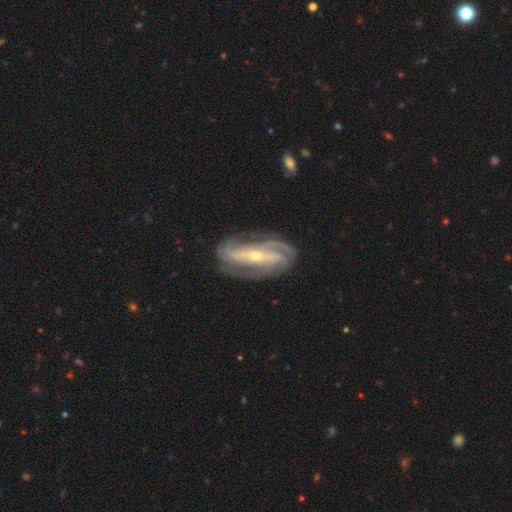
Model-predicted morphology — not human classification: The model was most divided on "spiral winding": tight: 48%, medium: 38%, loose: 13%. More confident: spiral arms — yes (96%); edge-on disk — no (92%); smooth or featured — featured or disk (89%); merging — none (76%); bulge size — small (64%); bar — strong (61%); spiral arm count — 2 (53%).